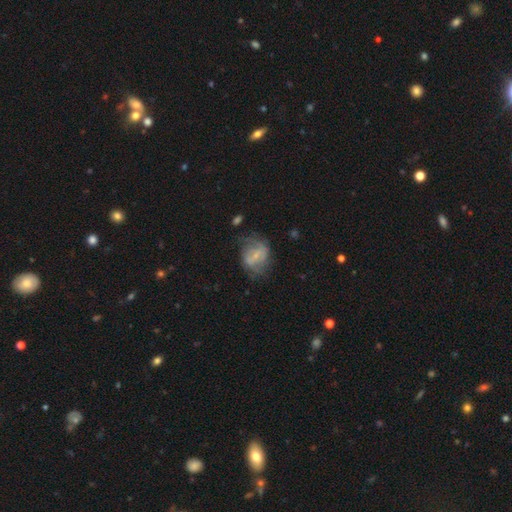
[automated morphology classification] The model was most divided on "smooth or featured": featured or disk: 51%, smooth: 41%, star or artifact: 9%. Remaining: edge-on disk — no (96%); merging — none (46%).